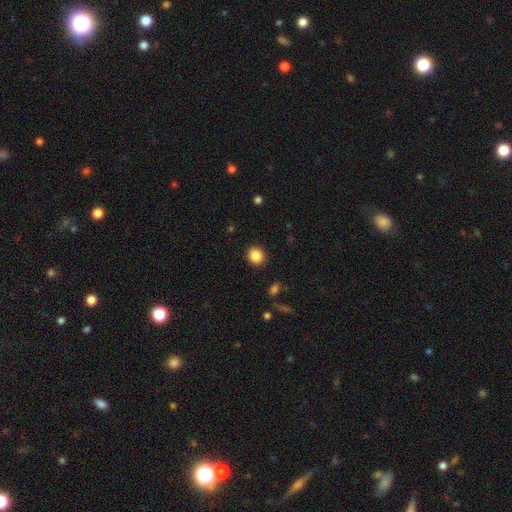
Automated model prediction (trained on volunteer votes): A smooth galaxy with no disk features (87%) that is round (81%). Merging: none (90%).